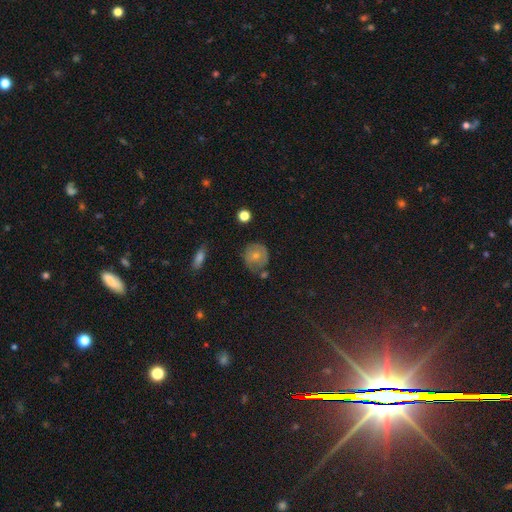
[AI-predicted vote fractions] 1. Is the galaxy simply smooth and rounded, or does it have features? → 60% smooth, 31% featured or disk, 9% star or artifact.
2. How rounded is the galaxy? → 83% round, 16% in between, 1% cigar-shaped.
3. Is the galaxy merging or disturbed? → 60% none, 26% minor disturbance, 8% major disturbance, 6% merger.